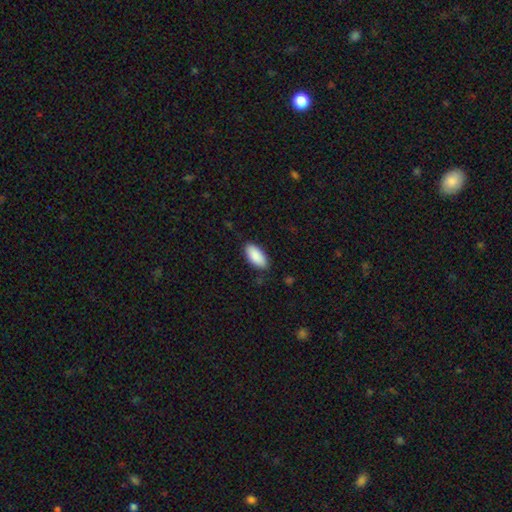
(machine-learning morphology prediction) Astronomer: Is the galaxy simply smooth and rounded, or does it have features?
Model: smooth — 90%.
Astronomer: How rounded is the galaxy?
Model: in between — 92%.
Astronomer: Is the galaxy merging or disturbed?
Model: none — 84%.